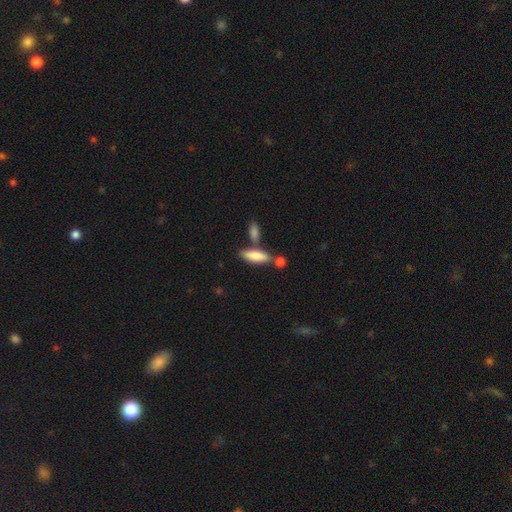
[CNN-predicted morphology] Smooth or featured? smooth (79%)
How rounded? in between (58%)
Merging? none (60%)